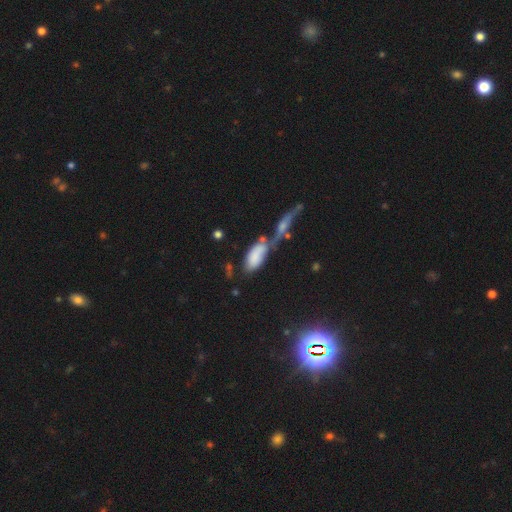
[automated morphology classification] Q: Smooth or featured?
A: smooth (74%); runner-up: featured or disk (18%)
Q: How rounded?
A: in between (90%); runner-up: cigar-shaped (7%)
Q: Merging?
A: merger (43%); runner-up: none (29%)